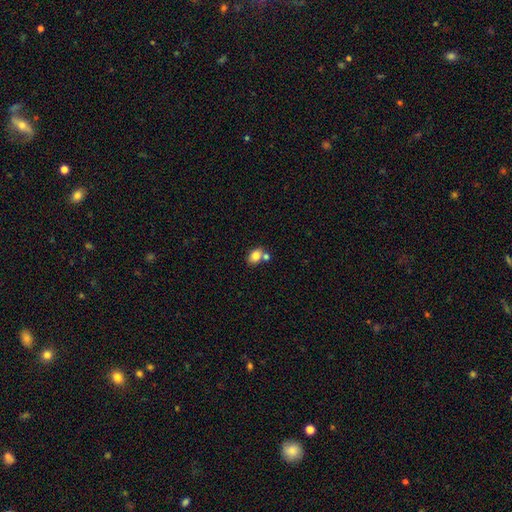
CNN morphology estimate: smooth 80%, featured or disk 11%, star or artifact 9%. Down the decision tree: how rounded — in between (68%); merging — none (52%).